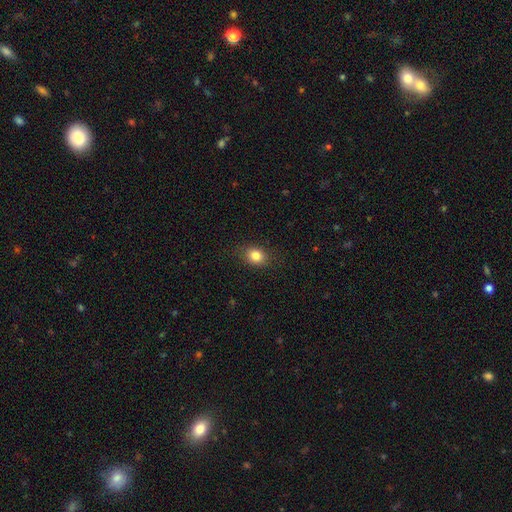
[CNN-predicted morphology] smooth_or_featured: smooth (p=0.83) [alt: star or artifact p=0.10]
how_rounded: in between (p=0.54) [alt: round p=0.45]
merging: none (p=0.85) [alt: minor disturbance p=0.11]